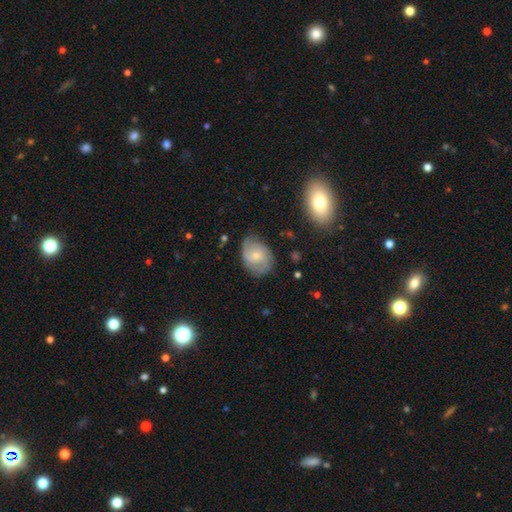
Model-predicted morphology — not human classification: Overall: featured or disk (70%). Edge-on disk: no (97%). Bar: no (71%). Spiral arms: yes (91%). Spiral arm count: 2 (47%; can't tell 23%). Spiral winding: tight (43%; medium 42%). Bulge size: small (68%; moderate 28%). Merging: none (72%).